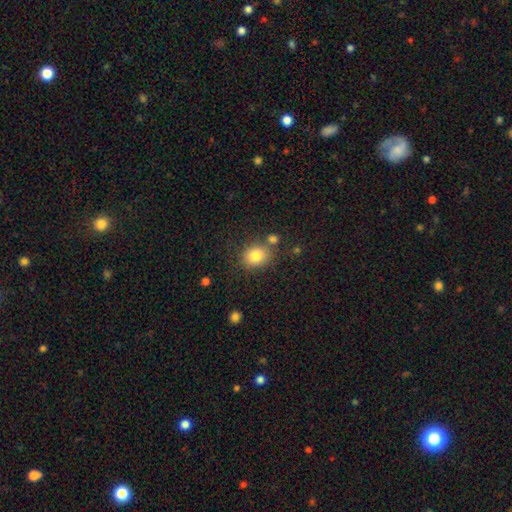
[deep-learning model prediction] A smooth galaxy with no disk features (81%) that is round (55%).

Vote fractions:
- Smooth or featured? smooth: 81% / star or artifact: 10% / featured or disk: 8%
- How rounded? round: 55% / in between: 44% / cigar-shaped: 1%
- Merging? none: 73% / minor disturbance: 12% / merger: 11% / major disturbance: 4%